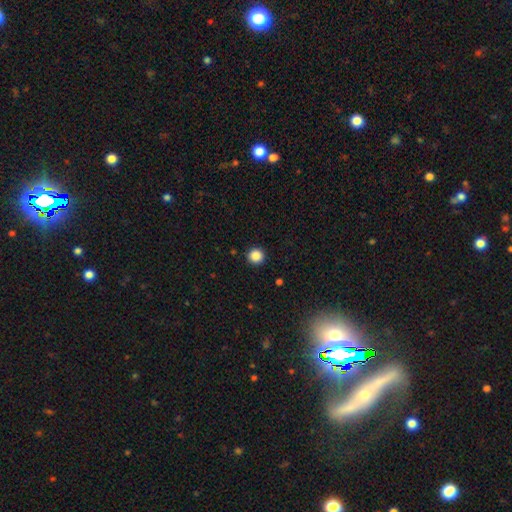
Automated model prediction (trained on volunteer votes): Smooth or featured? Predicted: smooth (p=0.87). How rounded? Predicted: round (p=0.95). Merging? Predicted: none (p=0.92).